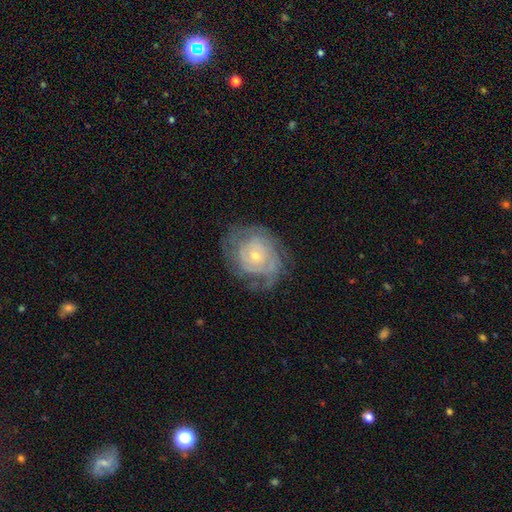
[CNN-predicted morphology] A featured or disk galaxy (75%) with no bar (82%), tight (69%) spiral arms (84%) and a small central bulge (67%). Merging: none (68%).